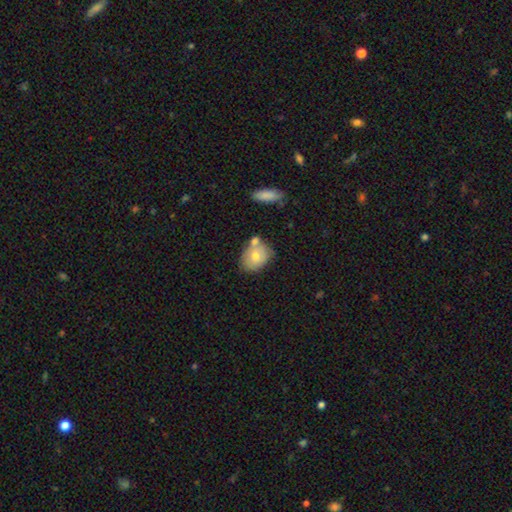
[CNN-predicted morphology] This appears to be a smooth galaxy with no disk features (70%) that is in between round and cigar-shaped (59%). Merging: none (55%).